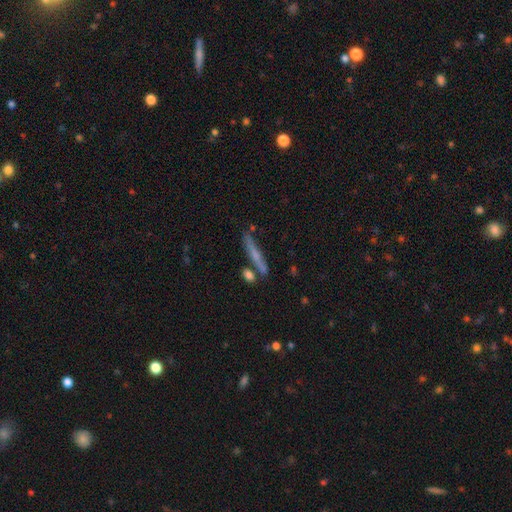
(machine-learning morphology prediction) A smooth galaxy with no disk features (49%). Merging: none (74%).